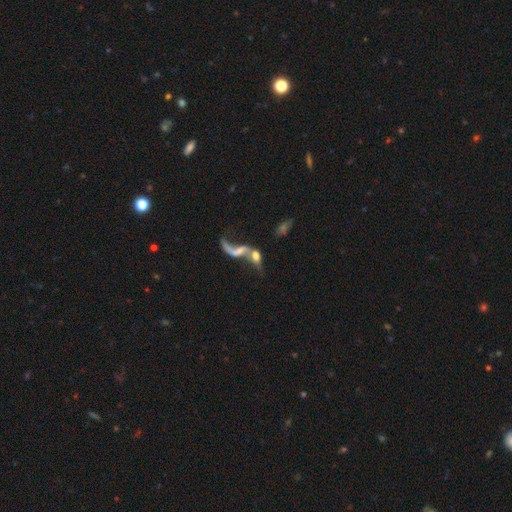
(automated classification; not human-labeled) This appears to be a featured or disk galaxy (64%) with no bar (61%), spiral arms (60%) and no central bulge (39%). Merging: merger (58%).